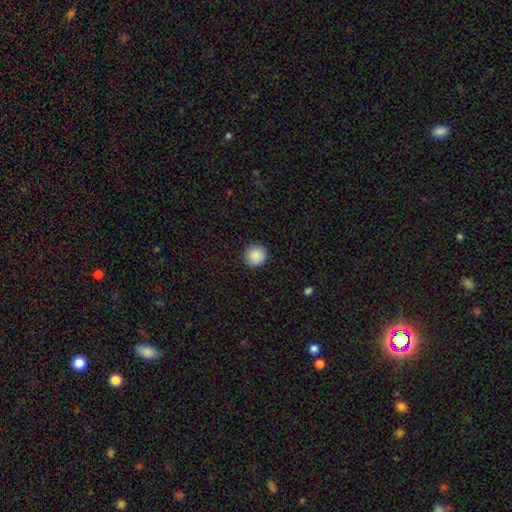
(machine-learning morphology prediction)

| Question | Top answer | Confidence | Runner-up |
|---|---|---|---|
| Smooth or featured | smooth | 89% | star or artifact (8%) |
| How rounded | round | 96% | in between (3%) |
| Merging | none | 92% | minor disturbance (5%) |